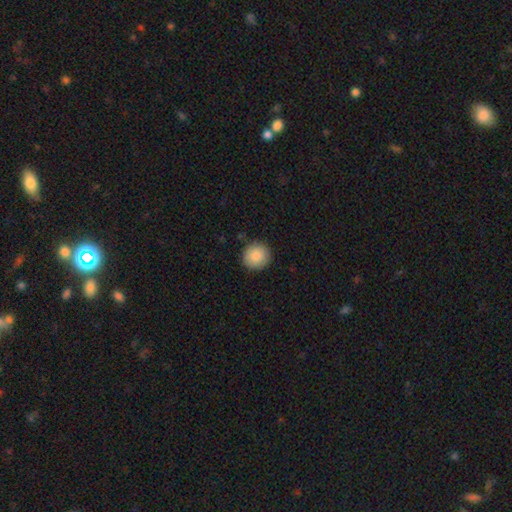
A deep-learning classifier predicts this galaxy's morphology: Smooth or featured: smooth — 88% (star or artifact — 7%)
How rounded: round — 91% (in between — 8%)
Merging: none — 89% (minor disturbance — 8%)